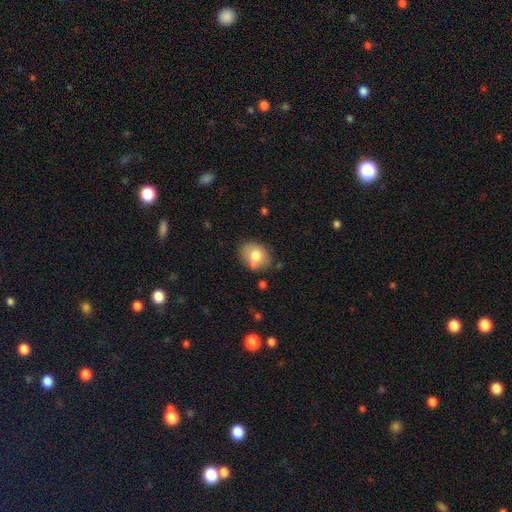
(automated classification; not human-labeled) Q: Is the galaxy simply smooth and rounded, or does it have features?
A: smooth — 75%.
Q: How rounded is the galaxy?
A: round — 50%.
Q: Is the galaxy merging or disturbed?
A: none — 68%.